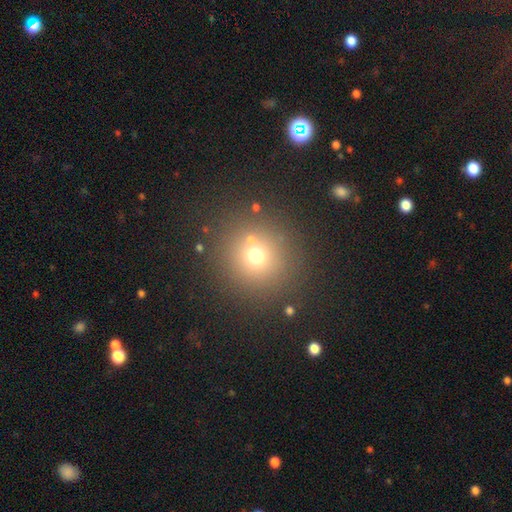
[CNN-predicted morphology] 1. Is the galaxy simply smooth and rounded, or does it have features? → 67% smooth, 22% star or artifact, 11% featured or disk.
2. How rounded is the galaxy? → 93% round, 6% in between, 1% cigar-shaped.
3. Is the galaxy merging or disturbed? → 80% none, 8% merger, 8% minor disturbance, 4% major disturbance.